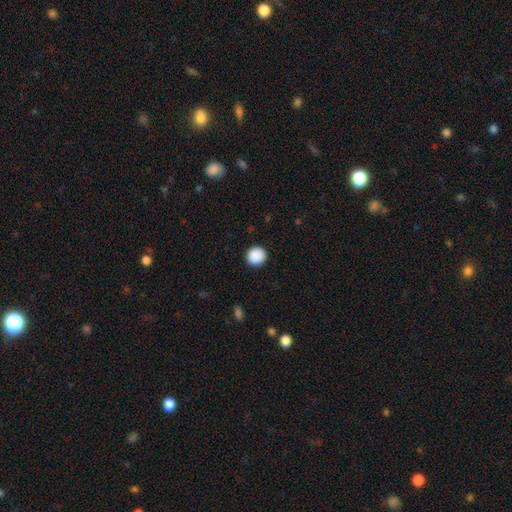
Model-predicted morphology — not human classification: This is clearly a smooth galaxy (90%). How rounded: clearly round (94%). Merging: clearly none (92%).